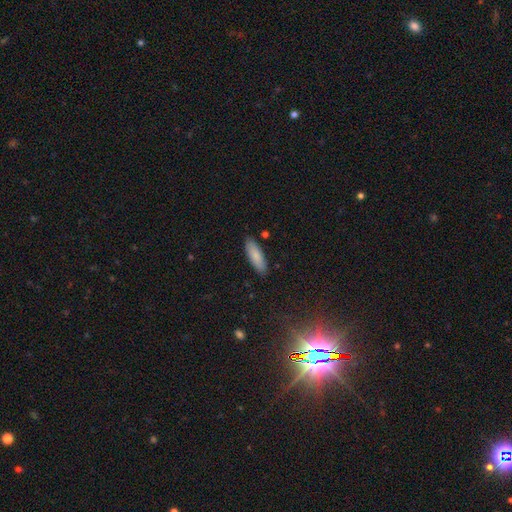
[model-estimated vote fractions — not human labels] A smooth galaxy with no disk features (84%) that is in between round and cigar-shaped (57%). Merging: none (86%).